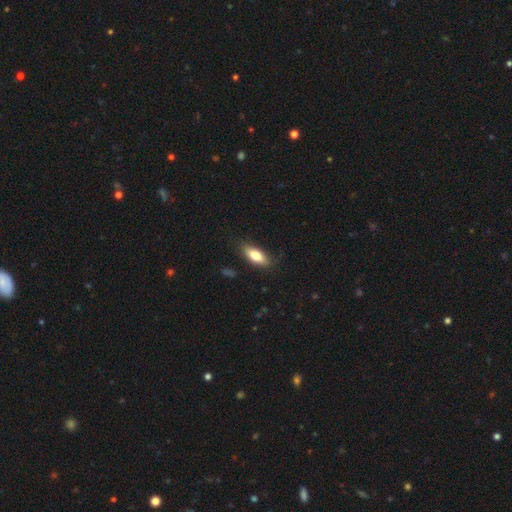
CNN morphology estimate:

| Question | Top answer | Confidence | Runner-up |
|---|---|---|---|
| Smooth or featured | smooth | 75% | featured or disk (18%) |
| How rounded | in between | 75% | cigar-shaped (22%) |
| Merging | none | 81% | minor disturbance (15%) |